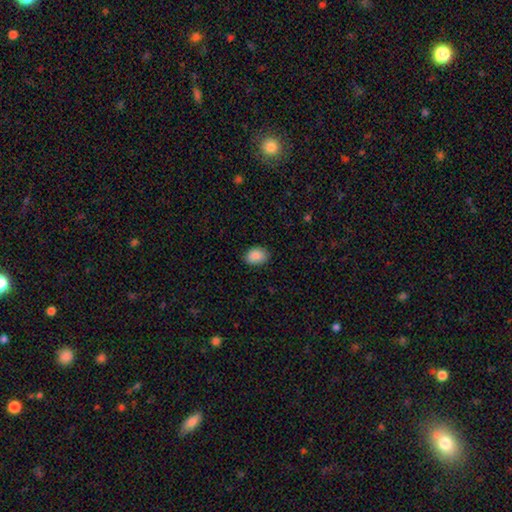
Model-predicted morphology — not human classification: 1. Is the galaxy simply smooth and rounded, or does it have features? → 89% smooth, 7% star or artifact, 3% featured or disk.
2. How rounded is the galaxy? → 77% in between, 22% round, 1% cigar-shaped.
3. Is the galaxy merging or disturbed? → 86% none, 11% minor disturbance, 2% major disturbance, 1% merger.